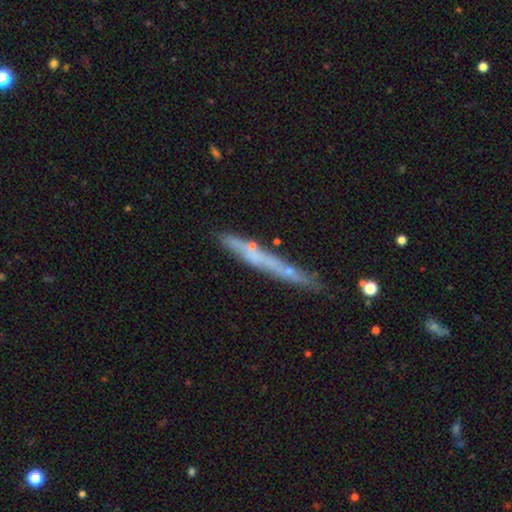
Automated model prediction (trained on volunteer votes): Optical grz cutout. It shows a featured or disk galaxy (49%). Merging: none (77%).